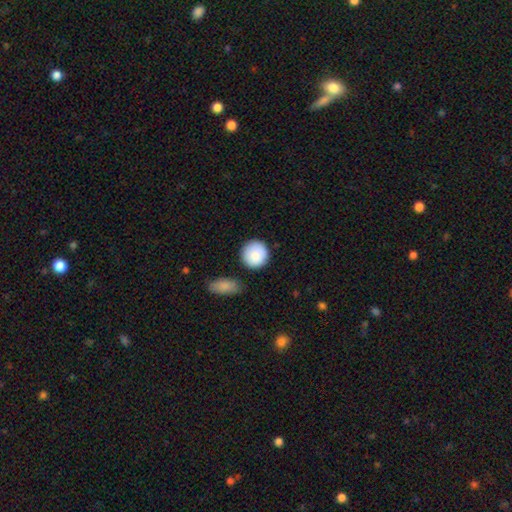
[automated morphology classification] A smooth galaxy with no disk features (88%) that is round (92%). Merging: none (79%).